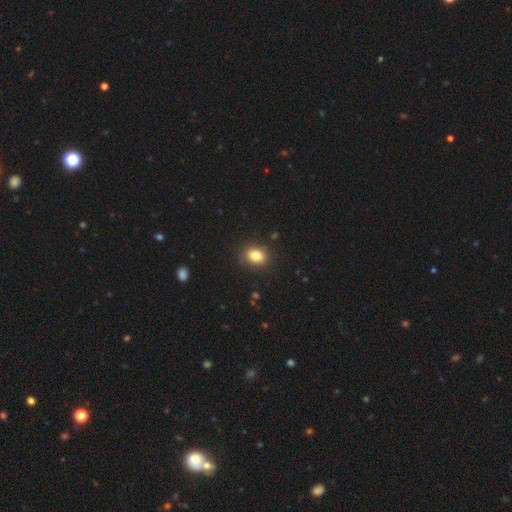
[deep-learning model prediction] This is clearly a smooth galaxy (83%). How rounded: possibly in between (58%). Merging: clearly none (86%).